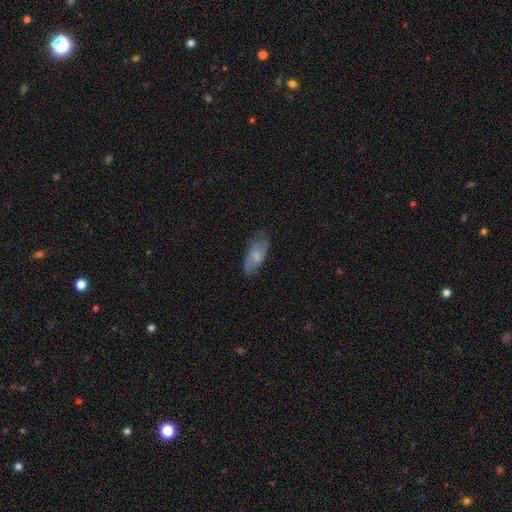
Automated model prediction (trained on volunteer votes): A smooth galaxy with no disk features (51%) that is in between round and cigar-shaped (83%).

Vote fractions:
- Smooth or featured? smooth: 51% / featured or disk: 43% / star or artifact: 7%
- How rounded? in between: 83% / cigar-shaped: 14% / round: 3%
- Merging? none: 68% / minor disturbance: 23% / major disturbance: 7% / merger: 1%